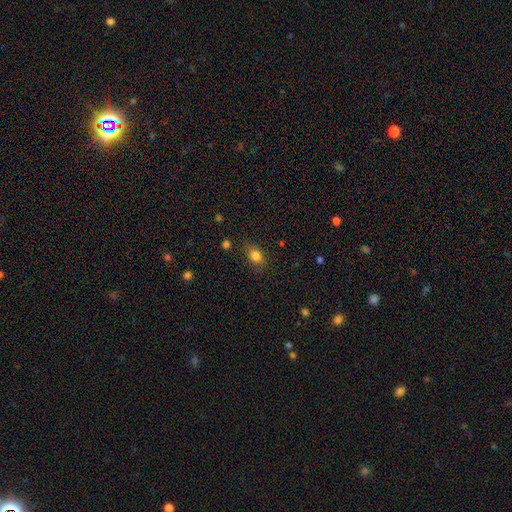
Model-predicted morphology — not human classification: This appears to be a smooth galaxy with no disk features (82%) that is in between round and cigar-shaped (64%). Merging: none (80%).